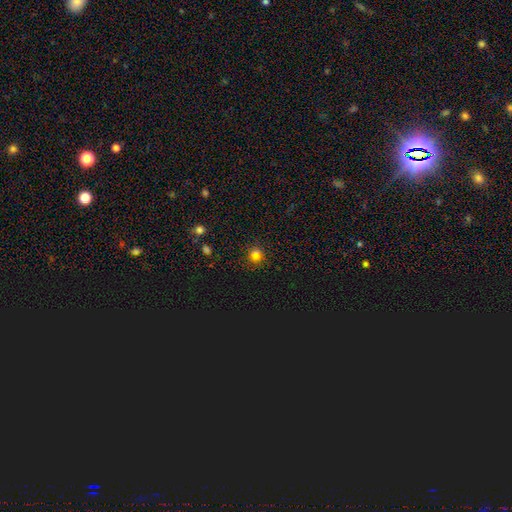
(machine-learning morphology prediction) A smooth galaxy with no disk features (65%) that is round (88%). Merging: none (77%).